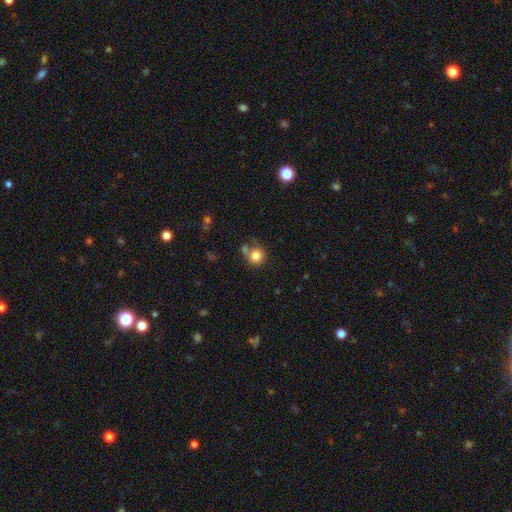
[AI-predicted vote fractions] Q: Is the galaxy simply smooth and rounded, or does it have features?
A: smooth — 81%.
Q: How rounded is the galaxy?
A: round — 89%.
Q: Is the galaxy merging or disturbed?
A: none — 59%.